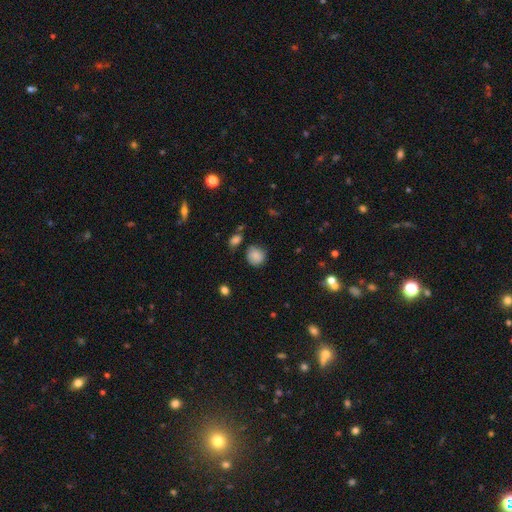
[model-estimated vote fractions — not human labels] Q: Smooth or featured?
A: smooth (85%); runner-up: star or artifact (9%)
Q: How rounded?
A: round (86%); runner-up: in between (13%)
Q: Merging?
A: none (74%); runner-up: minor disturbance (17%)